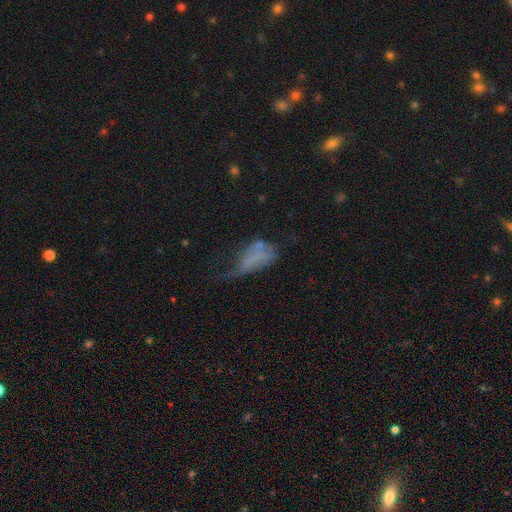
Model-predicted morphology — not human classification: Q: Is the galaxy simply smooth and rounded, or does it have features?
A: smooth — 47%.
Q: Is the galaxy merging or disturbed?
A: major disturbance — 52%.